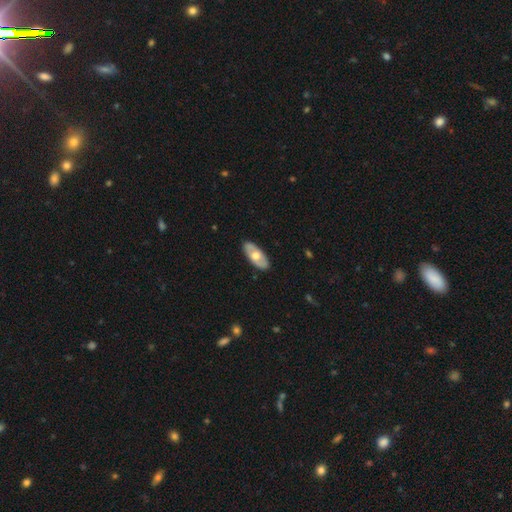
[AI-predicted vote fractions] A smooth galaxy with no disk features (49%).

Vote fractions:
- Smooth or featured? smooth: 49% / featured or disk: 47% / star or artifact: 5%
- Merging? none: 87% / minor disturbance: 10% / major disturbance: 2% / merger: 1%